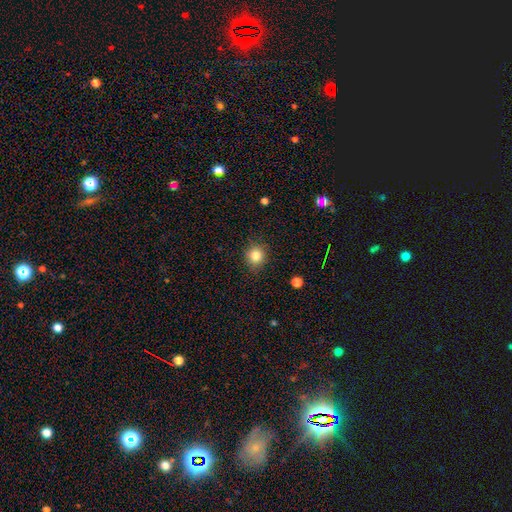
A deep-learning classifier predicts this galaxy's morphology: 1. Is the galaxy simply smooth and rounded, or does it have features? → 82% smooth, 11% star or artifact, 6% featured or disk.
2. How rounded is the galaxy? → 84% round, 15% in between, 1% cigar-shaped.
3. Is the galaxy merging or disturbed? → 86% none, 10% minor disturbance, 3% major disturbance, 1% merger.